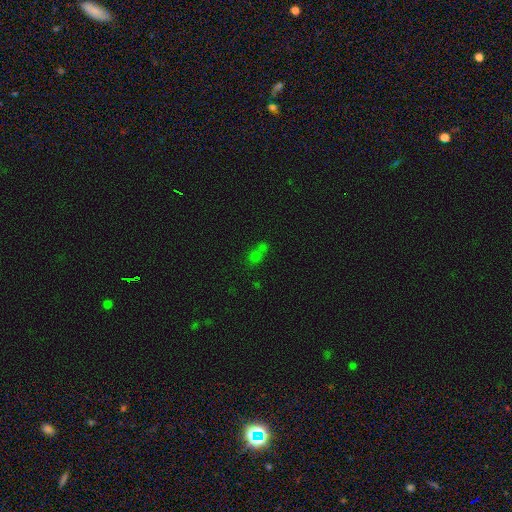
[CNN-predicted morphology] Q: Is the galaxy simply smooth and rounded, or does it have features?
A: smooth — 57%.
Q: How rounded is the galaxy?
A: round — 61%.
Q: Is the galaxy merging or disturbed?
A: merger — 48%.